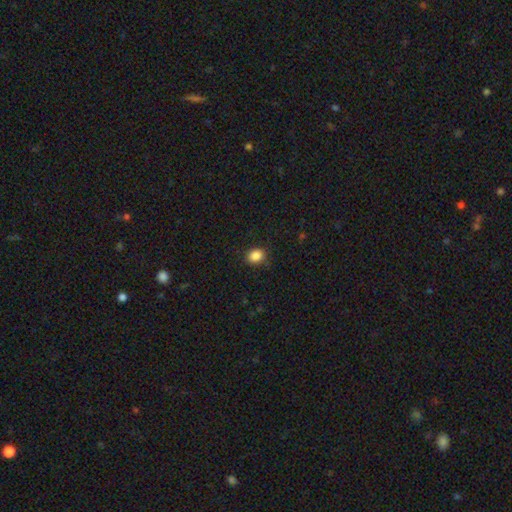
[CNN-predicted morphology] This is clearly a smooth galaxy (87%). How rounded: possibly round (54%). Merging: clearly none (85%).